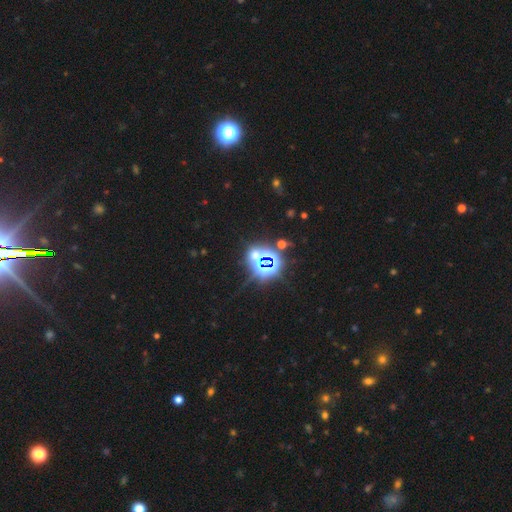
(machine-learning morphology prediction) type=star or artifact (73%).